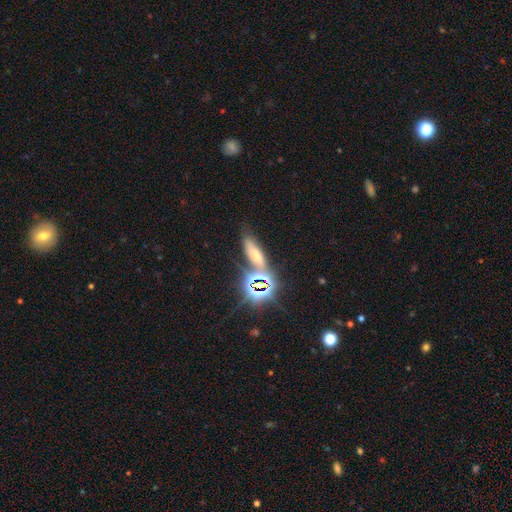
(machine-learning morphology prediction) The model was most divided on "smooth or featured": smooth: 43%, star or artifact: 38%, featured or disk: 18%. More confident: merging — none (59%).